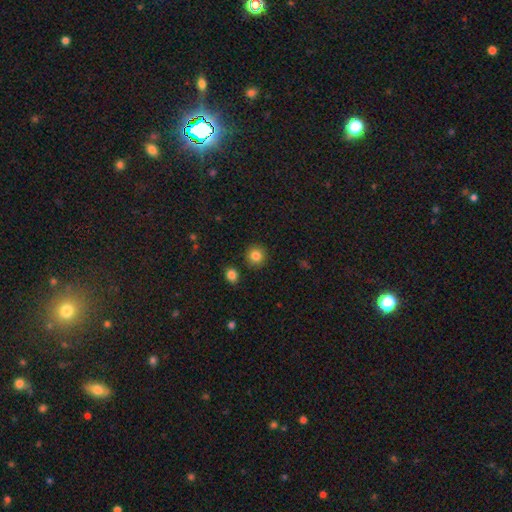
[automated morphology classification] type=smooth (84%); roundness=round (93%); merging=none (89%).